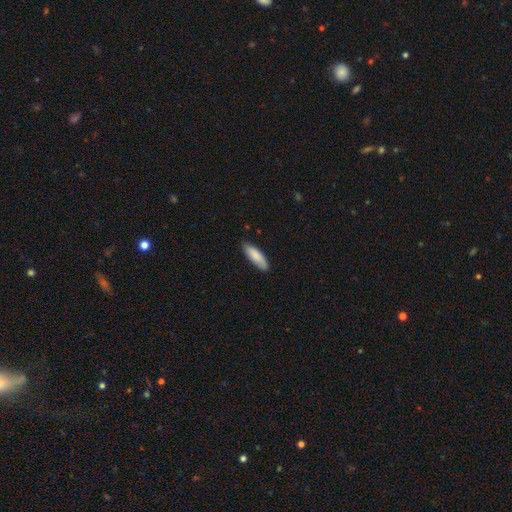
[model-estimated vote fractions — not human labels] Q: Smooth or featured?
A: smooth (84%); runner-up: featured or disk (11%)
Q: How rounded?
A: in between (56%); runner-up: cigar-shaped (42%)
Q: Merging?
A: none (80%); runner-up: minor disturbance (16%)